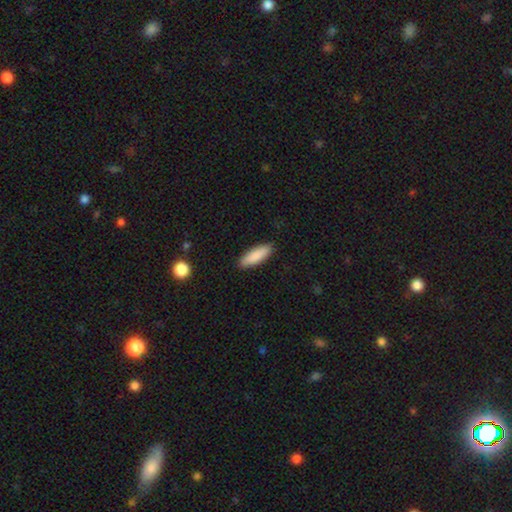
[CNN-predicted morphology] The model was most divided on "how rounded": in between: 54%, cigar-shaped: 44%, round: 2%. More confident: merging — none (89%); smooth or featured — smooth (89%).